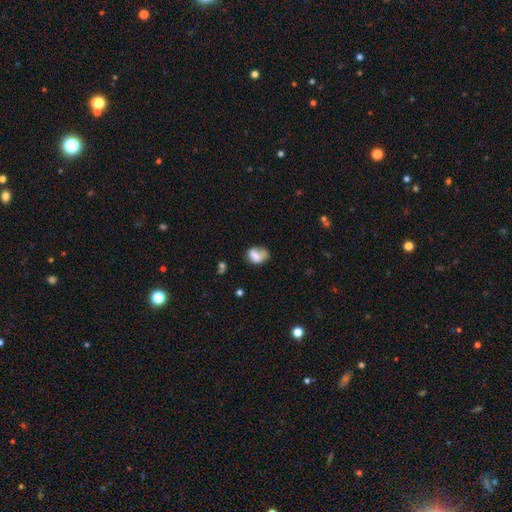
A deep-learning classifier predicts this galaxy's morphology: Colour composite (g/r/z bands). It shows a smooth galaxy with no disk features (74%) that is in between round and cigar-shaped (69%). Merging: none (39%).